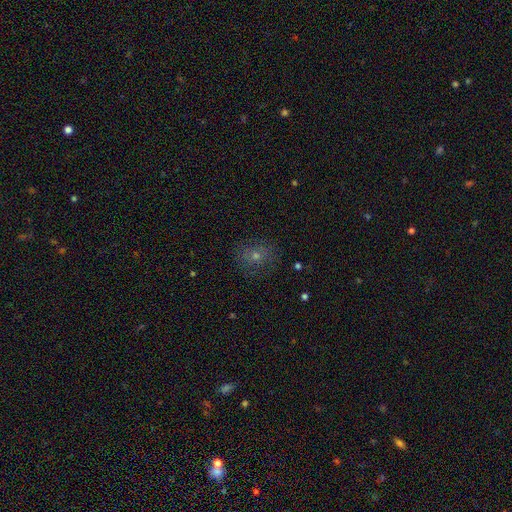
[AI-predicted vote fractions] Smooth or featured? smooth (57%)
How rounded? round (71%)
Merging? none (77%)